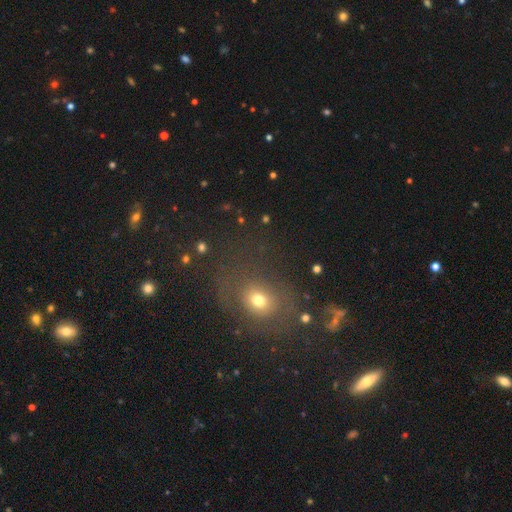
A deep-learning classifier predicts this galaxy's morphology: Smooth or featured: smooth — 52% (star or artifact — 36%)
How rounded: round — 67% (in between — 31%)
Merging: none — 75% (minor disturbance — 13%)